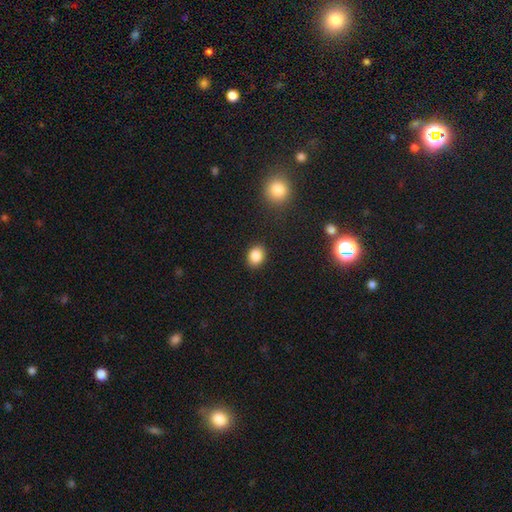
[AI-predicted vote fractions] smooth_or_featured: smooth (p=0.86) [alt: star or artifact p=0.10]
how_rounded: in between (p=0.51) [alt: round p=0.48]
merging: none (p=0.88) [alt: minor disturbance p=0.08]